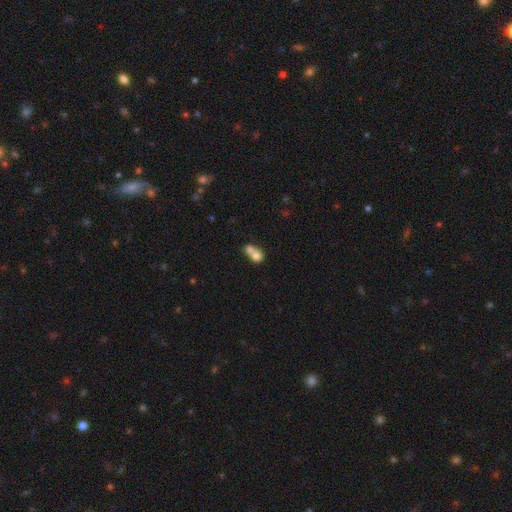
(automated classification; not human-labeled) Smooth or featured?
  - smooth: 73% *
  - featured or disk: 17%
  - star or artifact: 10%
How rounded?
  - round: 70% *
  - in between: 29%
  - cigar-shaped: 1%
Merging?
  - merger: 70% *
  - none: 22%
  - minor disturbance: 5%
  - major disturbance: 3%